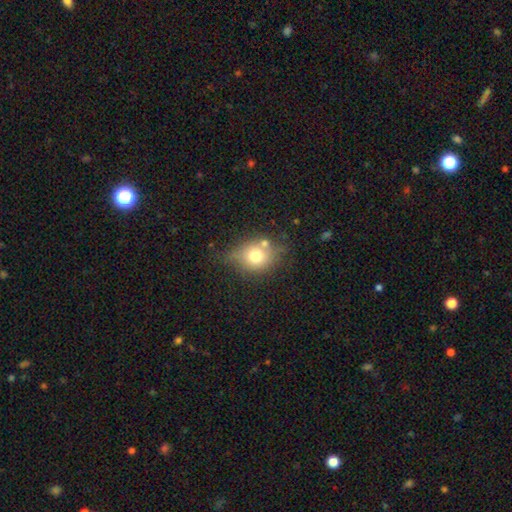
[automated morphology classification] smooth 69%, featured or disk 19%, star or artifact 12%. Down the decision tree: how rounded — round (61%); merging — none (57%).